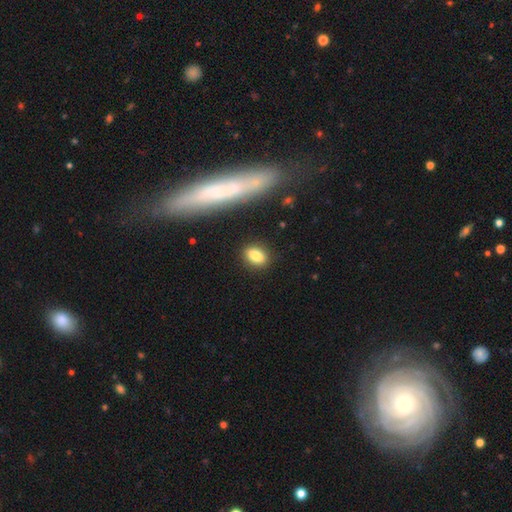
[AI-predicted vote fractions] Smooth or featured: smooth — 83% (star or artifact — 9%)
How rounded: in between — 78% (round — 19%)
Merging: none — 87% (minor disturbance — 9%)